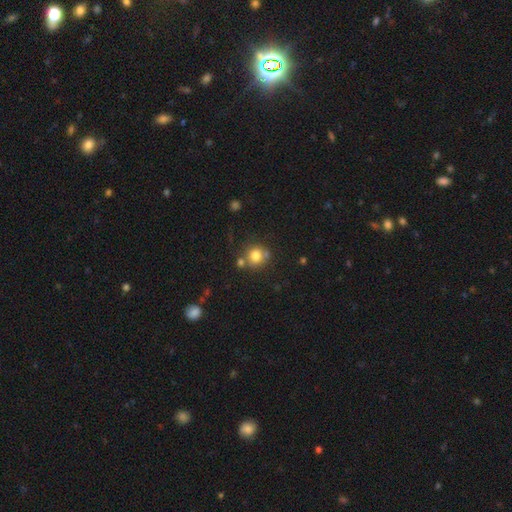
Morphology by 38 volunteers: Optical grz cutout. It shows a smooth galaxy with no disk features (82%) that is round (87%). Merging: none (71%).